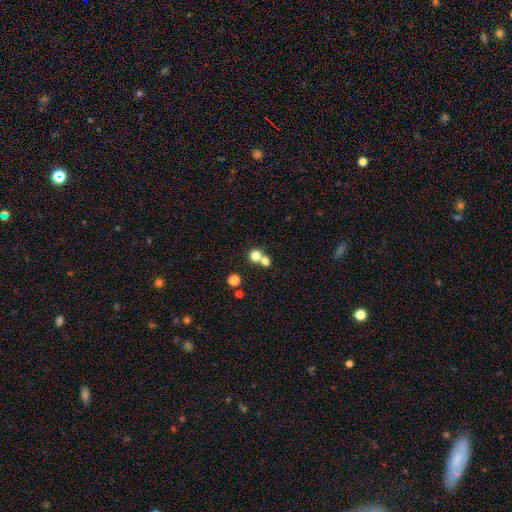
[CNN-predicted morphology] Smooth or featured? Predicted: smooth (p=0.76). How rounded? Predicted: round (p=0.84). Merging? Predicted: merger (p=0.50).